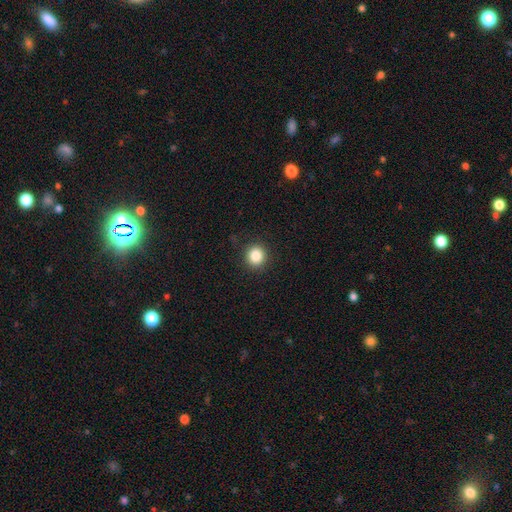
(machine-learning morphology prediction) Overall: smooth (86%). How rounded: round (90%). Merging: none (91%).